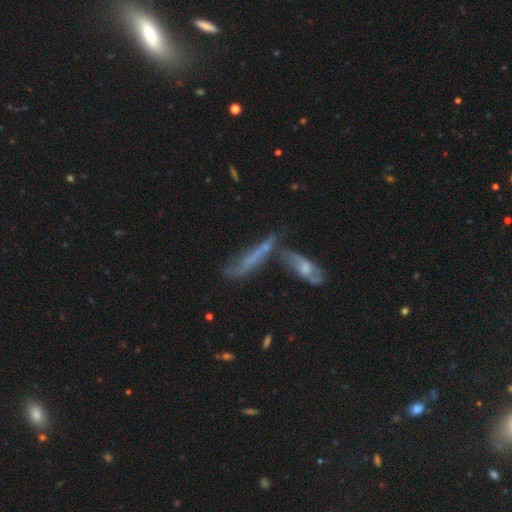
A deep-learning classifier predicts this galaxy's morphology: Q: Smooth or featured?
A: featured or disk (48%); runner-up: smooth (38%)
Q: Merging?
A: merger (45%); runner-up: none (31%)